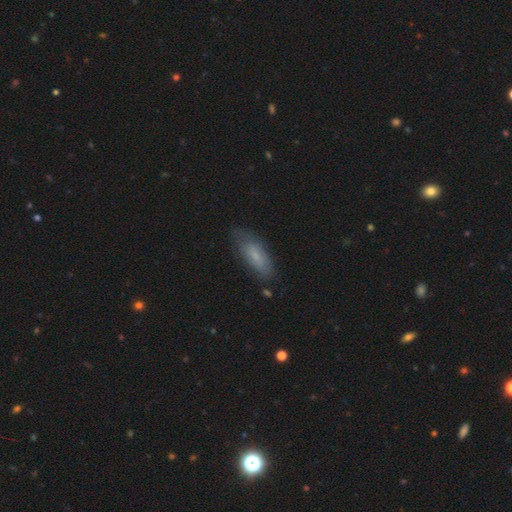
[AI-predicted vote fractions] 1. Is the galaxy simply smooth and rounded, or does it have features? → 65% smooth, 27% featured or disk, 8% star or artifact.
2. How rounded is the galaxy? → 66% in between, 32% cigar-shaped, 2% round.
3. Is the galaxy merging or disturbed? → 71% none, 21% minor disturbance, 6% major disturbance, 2% merger.